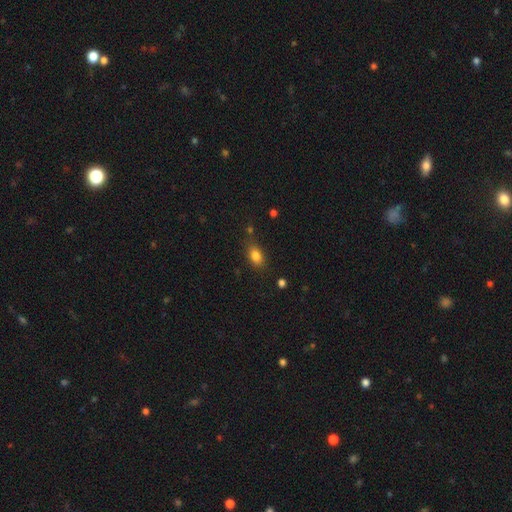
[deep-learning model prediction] The model was most divided on "merging": none: 77%, minor disturbance: 15%, major disturbance: 4%, merger: 4%. More confident: smooth or featured — smooth (82%); how rounded — in between (81%).